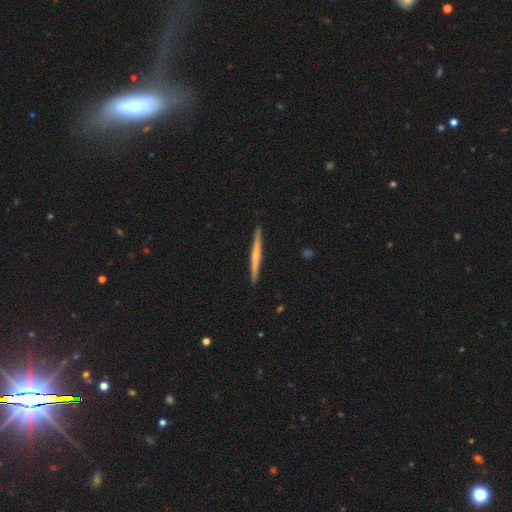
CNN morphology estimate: Smooth or featured?
  - featured or disk: 54% *
  - smooth: 40%
  - star or artifact: 5%
Edge-on disk?
  - yes: 98% *
  - no: 2%
Edge-on bulge?
  - none: 50% *
  - rounded: 43%
  - boxy: 6%
Merging?
  - none: 92% *
  - minor disturbance: 5%
  - major disturbance: 1%
  - merger: 1%